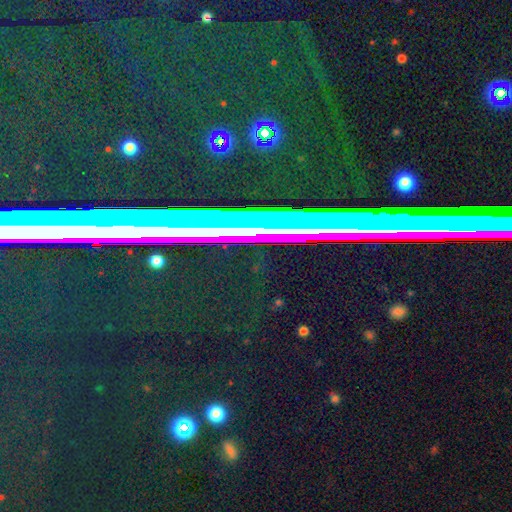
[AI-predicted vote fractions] smooth-or-featured: star or artifact: 73% | featured or disk: 15% | smooth: 12%